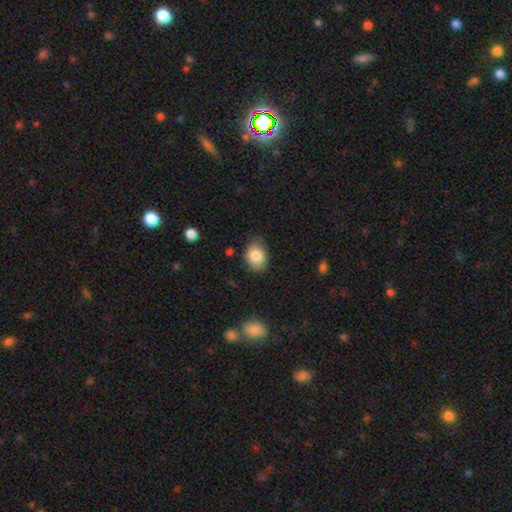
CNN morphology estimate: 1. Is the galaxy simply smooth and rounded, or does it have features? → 83% smooth, 9% featured or disk, 8% star or artifact.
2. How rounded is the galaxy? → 74% in between, 25% round, 1% cigar-shaped.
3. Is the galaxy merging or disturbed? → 75% none, 20% minor disturbance, 4% major disturbance, 2% merger.